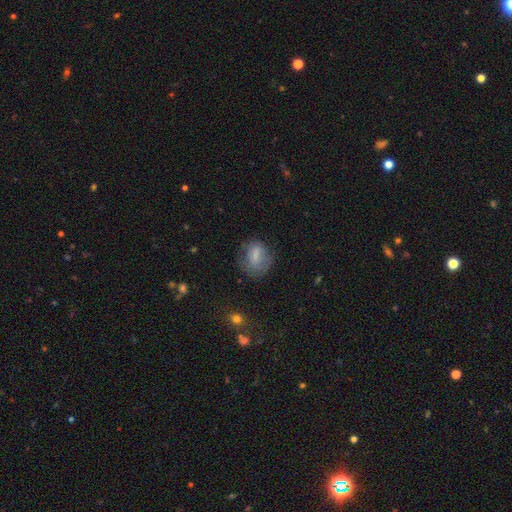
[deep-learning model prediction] A smooth galaxy with no disk features (67%) that is in between round and cigar-shaped (55%).

Vote fractions:
- Smooth or featured? smooth: 67% / featured or disk: 22% / star or artifact: 10%
- How rounded? in between: 55% / round: 43% / cigar-shaped: 2%
- Merging? none: 53% / minor disturbance: 27% / major disturbance: 18% / merger: 2%